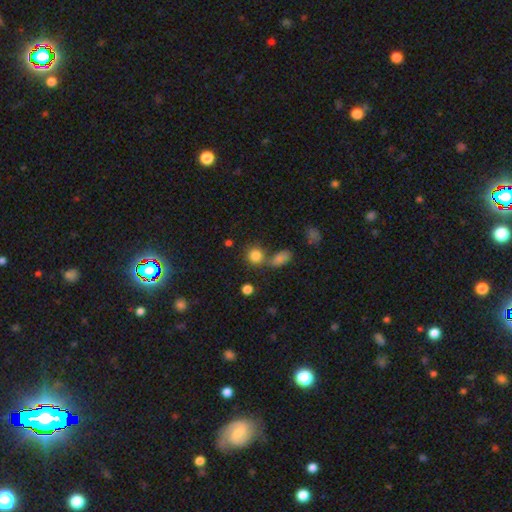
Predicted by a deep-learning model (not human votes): Smooth or featured?
  - smooth: 82% *
  - star or artifact: 11%
  - featured or disk: 7%
How rounded?
  - round: 83% *
  - in between: 16%
  - cigar-shaped: 1%
Merging?
  - none: 59% *
  - merger: 26%
  - minor disturbance: 10%
  - major disturbance: 5%